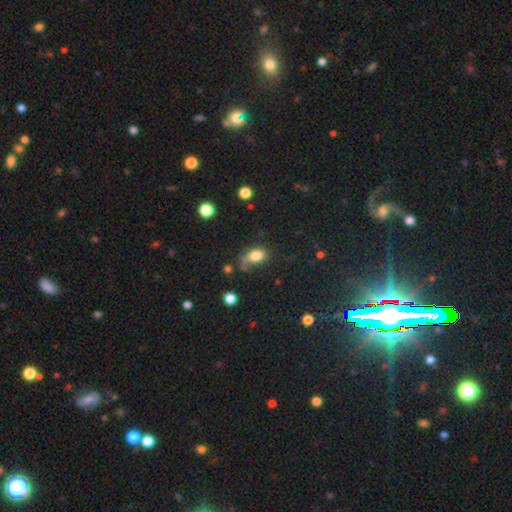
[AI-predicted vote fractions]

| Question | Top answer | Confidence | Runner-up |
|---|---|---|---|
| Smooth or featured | smooth | 79% | star or artifact (11%) |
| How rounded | in between | 76% | round (22%) |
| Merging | none | 52% | minor disturbance (23%) |